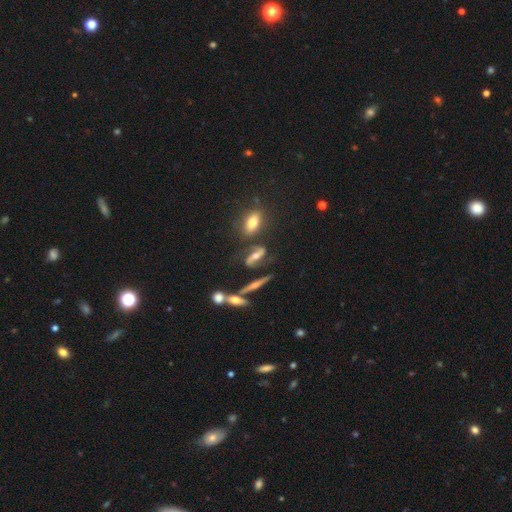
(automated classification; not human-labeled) This appears to be a featured or disk galaxy (58%). Merging: none (58%).